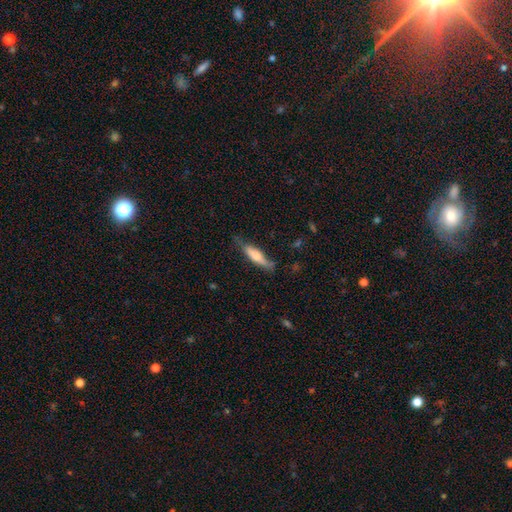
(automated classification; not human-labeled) A smooth galaxy with no disk features (63%) that is cigar-shaped (69%). Merging: none (61%).